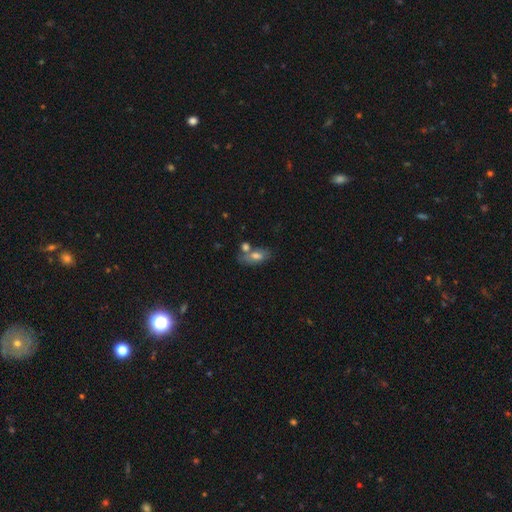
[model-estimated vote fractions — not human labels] Overall: smooth (67%). How rounded: in between (87%). Merging: none (50%; merger 28%).